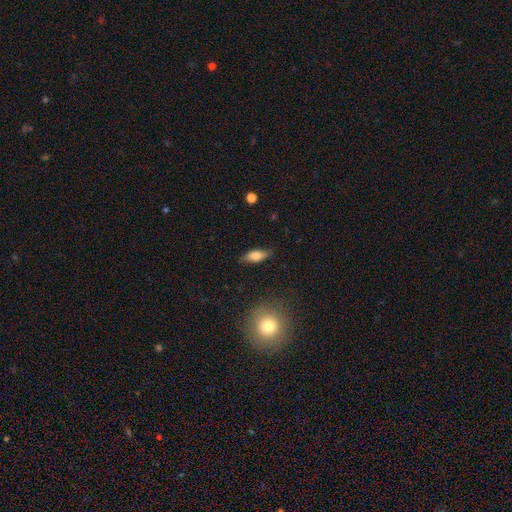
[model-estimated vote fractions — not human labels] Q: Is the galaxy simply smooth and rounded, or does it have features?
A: smooth — 71%.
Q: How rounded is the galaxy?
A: in between — 75%.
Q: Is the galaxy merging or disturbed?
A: none — 79%.